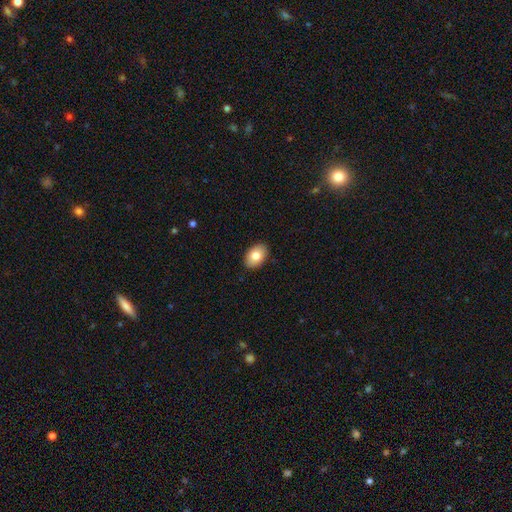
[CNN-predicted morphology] The model was most divided on "smooth or featured": smooth: 81%, featured or disk: 11%, star or artifact: 7%. More confident: merging — none (90%); how rounded — in between (87%).